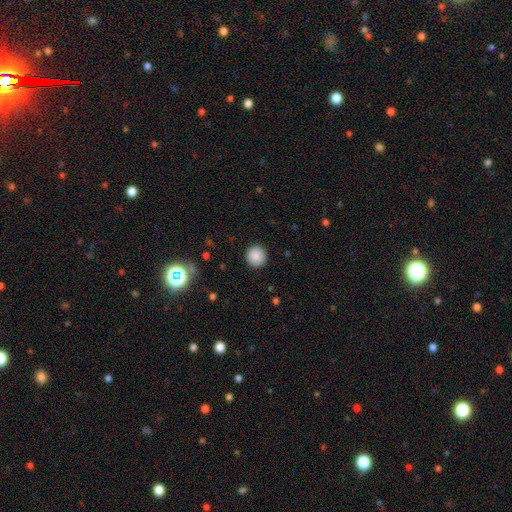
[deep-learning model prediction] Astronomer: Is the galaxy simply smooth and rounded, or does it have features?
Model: smooth — 87%.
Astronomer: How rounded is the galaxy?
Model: round — 94%.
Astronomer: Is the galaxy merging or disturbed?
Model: none — 91%.